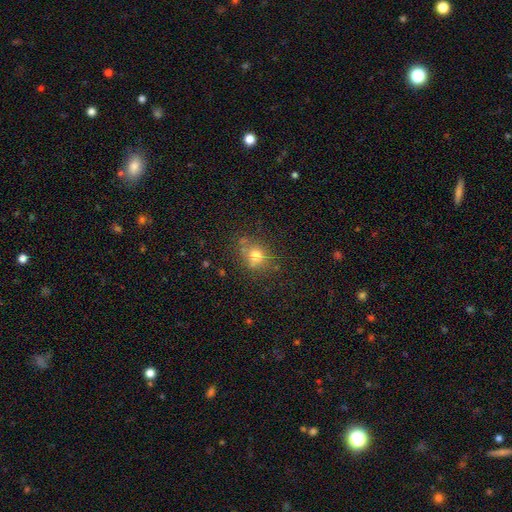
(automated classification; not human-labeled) Overall: smooth (70%). How rounded: round (71%). Merging: none (66%).